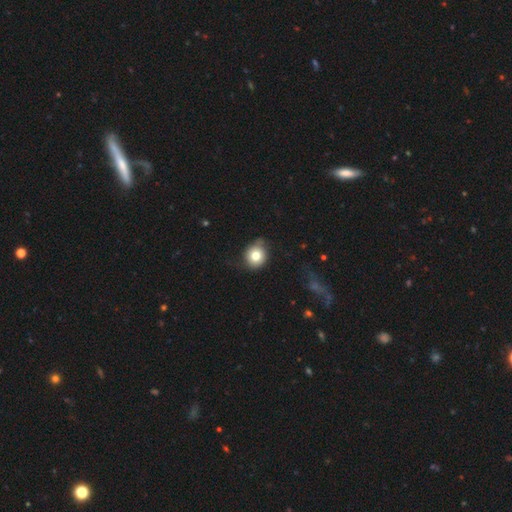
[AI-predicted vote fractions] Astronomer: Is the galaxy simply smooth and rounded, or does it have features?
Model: smooth — 76%.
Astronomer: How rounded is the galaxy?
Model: round — 84%.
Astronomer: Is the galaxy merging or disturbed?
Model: none — 68%.